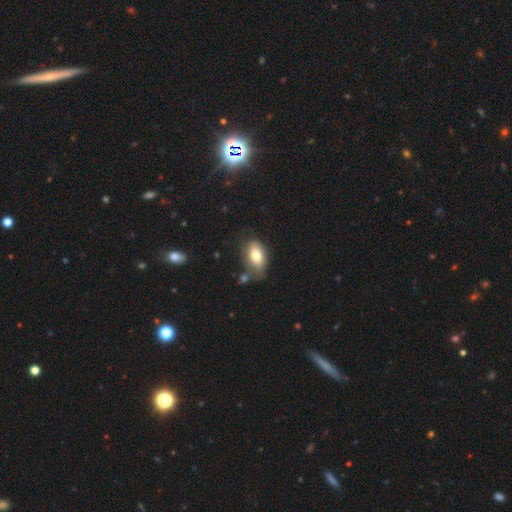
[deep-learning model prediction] The model was most divided on "merging": none: 62%, minor disturbance: 22%, merger: 8%, major disturbance: 7%. More confident: how rounded — in between (91%); smooth or featured — smooth (76%).